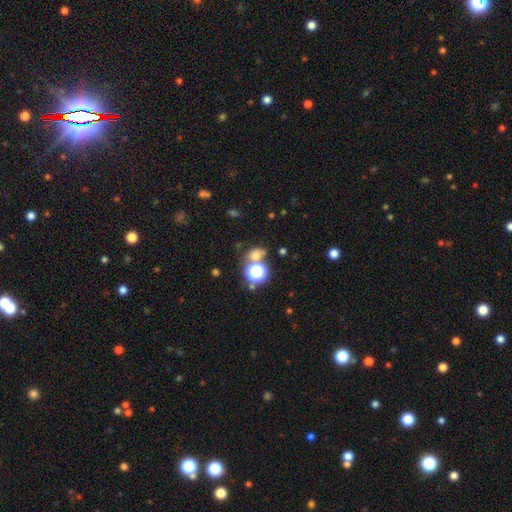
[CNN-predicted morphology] Q: Smooth or featured?
A: smooth (61%); runner-up: star or artifact (30%)
Q: How rounded?
A: round (63%); runner-up: in between (35%)
Q: Merging?
A: none (63%); runner-up: merger (21%)